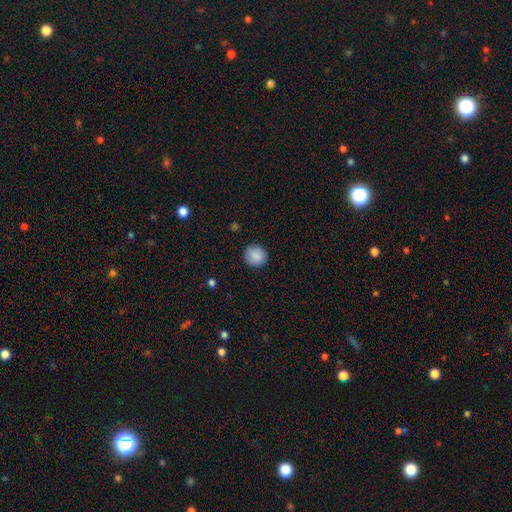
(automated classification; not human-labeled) A smooth galaxy with no disk features (88%) that is round (91%). Merging: none (88%).